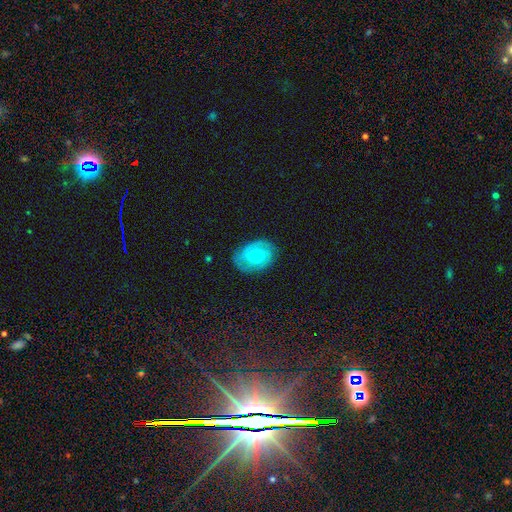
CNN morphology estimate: A featured or disk galaxy (58%) with no bar (67%), spiral arms (86%) and a small central bulge (64%).

Vote fractions:
- Smooth or featured? featured or disk: 58% / smooth: 34% / star or artifact: 7%
- Edge-on disk? no: 97% / yes: 3%
- Bar? no: 67% / weak: 28% / strong: 5%
- Spiral arms? yes: 86% / no: 14%
- Bulge size? small: 64% / moderate: 29% / none: 4% / large: 2% / dominant: 1%
- Merging? none: 78% / minor disturbance: 16% / major disturbance: 5% / merger: 1%